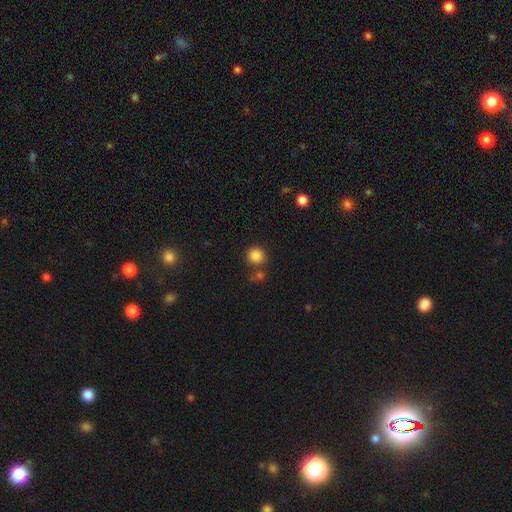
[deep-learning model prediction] Smooth or featured? smooth (85%)
How rounded? round (90%)
Merging? none (73%)